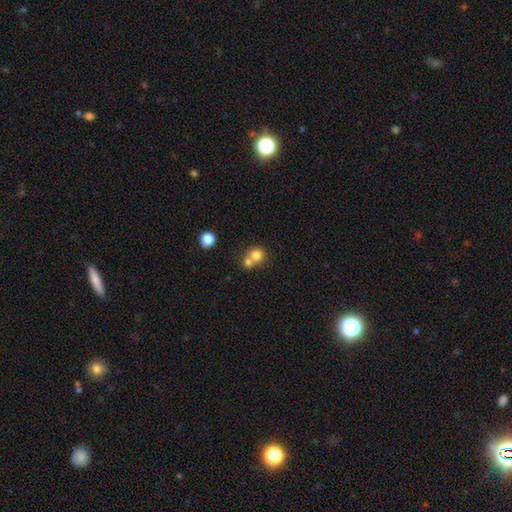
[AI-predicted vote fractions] smooth-or-featured: smooth: 77% | star or artifact: 12% | featured or disk: 11%
  how-rounded: round: 86% | in between: 13% | cigar-shaped: 1%
  merging: merger: 52% | none: 40% | minor disturbance: 5% | major disturbance: 2%